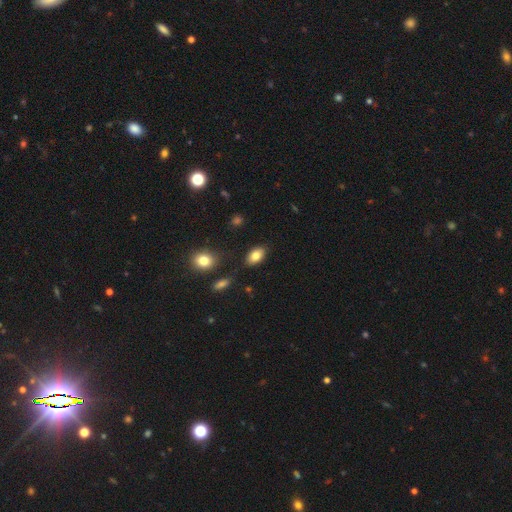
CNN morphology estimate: A smooth galaxy with no disk features (83%) that is in between round and cigar-shaped (91%).

Vote fractions:
- Smooth or featured? smooth: 83% / featured or disk: 9% / star or artifact: 8%
- How rounded? in between: 91% / round: 6% / cigar-shaped: 2%
- Merging? none: 82% / minor disturbance: 12% / merger: 3% / major disturbance: 3%